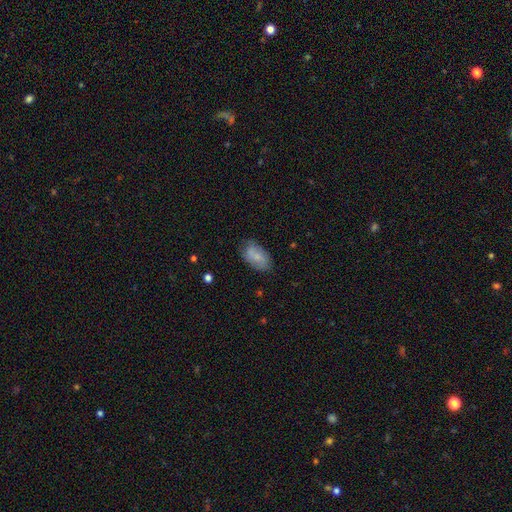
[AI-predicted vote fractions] This is likely a smooth galaxy (74%). How rounded: clearly in between (93%). Merging: likely none (71%).